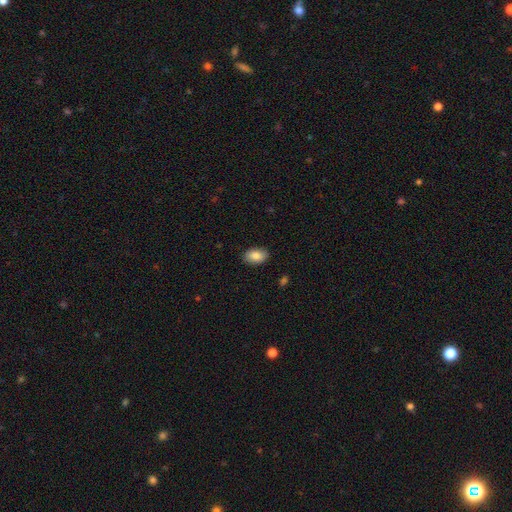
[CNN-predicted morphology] Smooth or featured? Predicted: smooth (p=0.85). How rounded? Predicted: in between (p=0.91). Merging? Predicted: none (p=0.88).